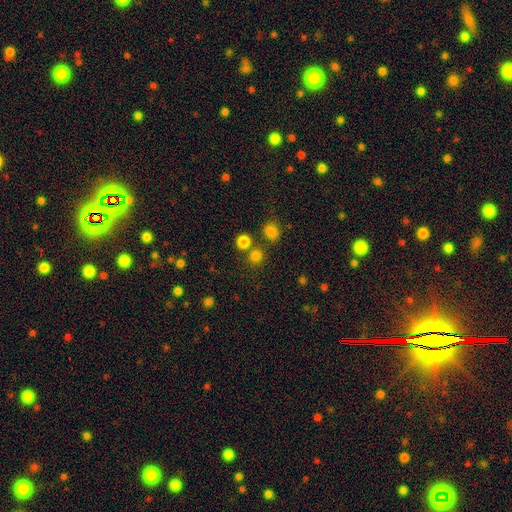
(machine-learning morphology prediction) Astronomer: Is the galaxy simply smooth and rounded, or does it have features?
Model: smooth — 79%.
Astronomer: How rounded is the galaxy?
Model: round — 89%.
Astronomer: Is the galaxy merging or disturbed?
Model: none — 72%.